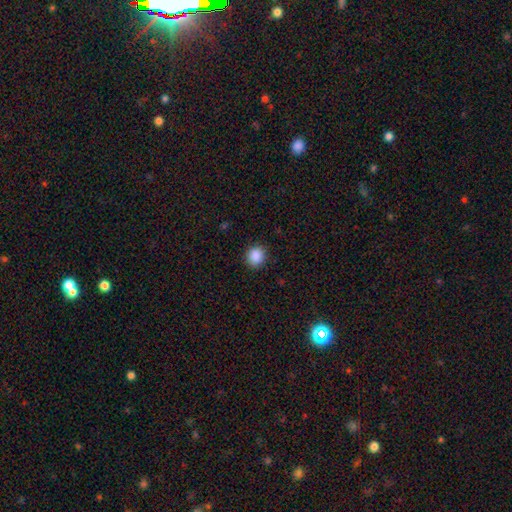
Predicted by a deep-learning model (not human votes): This appears to be a smooth galaxy with no disk features (88%) that is round (84%). Merging: none (89%).